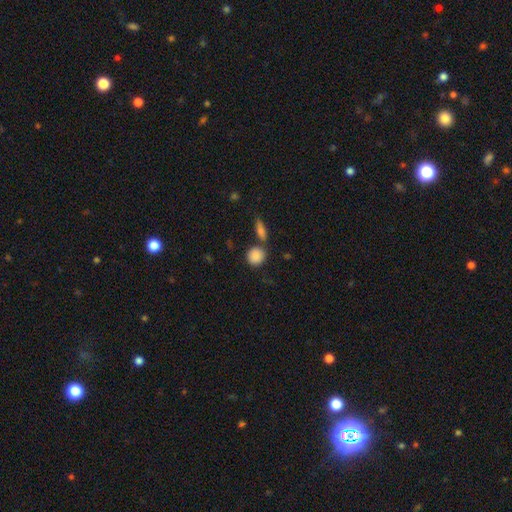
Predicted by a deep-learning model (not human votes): smooth-or-featured: smooth: 87% | star or artifact: 8% | featured or disk: 5%
  how-rounded: round: 81% | in between: 17% | cigar-shaped: 2%
  merging: none: 69% | merger: 16% | minor disturbance: 12% | major disturbance: 4%